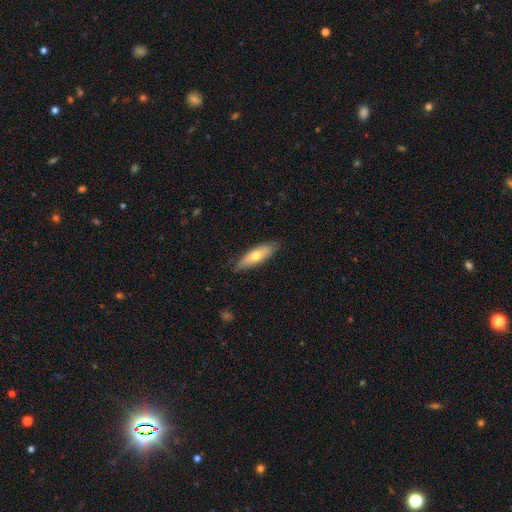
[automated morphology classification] A smooth galaxy with no disk features (63%) that is in between round and cigar-shaped (51%). Merging: none (83%).